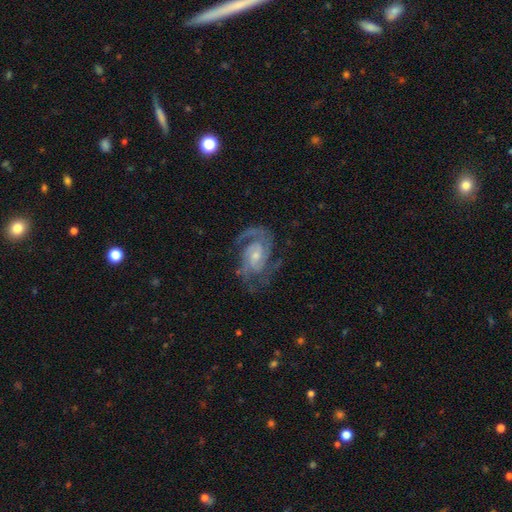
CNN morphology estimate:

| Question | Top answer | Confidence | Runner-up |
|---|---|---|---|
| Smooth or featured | featured or disk | 91% | star or artifact (5%) |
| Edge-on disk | no | 98% | yes (2%) |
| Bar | no | 50% | weak (39%) |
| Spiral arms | yes | 98% | no (2%) |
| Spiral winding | tight | 47% | medium (45%) |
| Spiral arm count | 2 | 66% | 3 (15%) |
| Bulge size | small | 60% | moderate (32%) |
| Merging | none | 73% | minor disturbance (16%) |